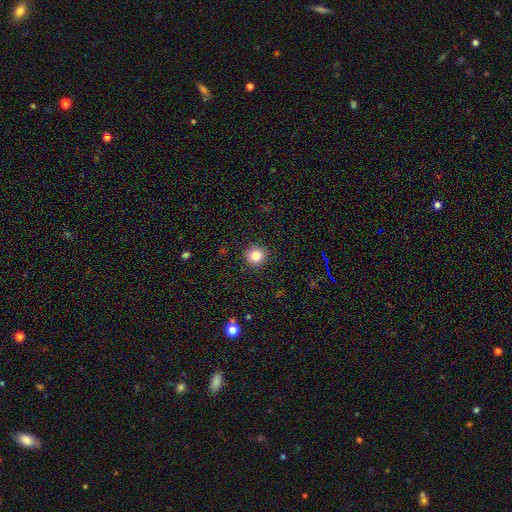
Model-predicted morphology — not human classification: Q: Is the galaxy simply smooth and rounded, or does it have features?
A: smooth — 82%.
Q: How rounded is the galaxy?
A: round — 93%.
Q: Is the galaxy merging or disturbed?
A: none — 92%.